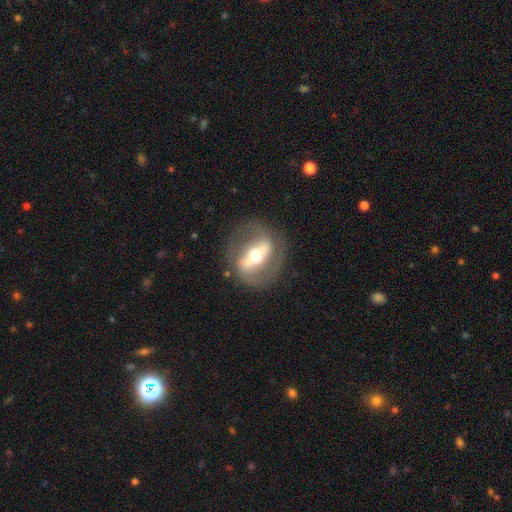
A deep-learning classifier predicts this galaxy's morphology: Smooth or featured? Predicted: featured or disk (p=0.77). Edge-on disk? Predicted: no (p=0.80). Bar? Predicted: strong (p=0.72). Spiral arms? Predicted: no (p=0.54). Bulge size? Predicted: moderate (p=0.67). Merging? Predicted: none (p=0.77).